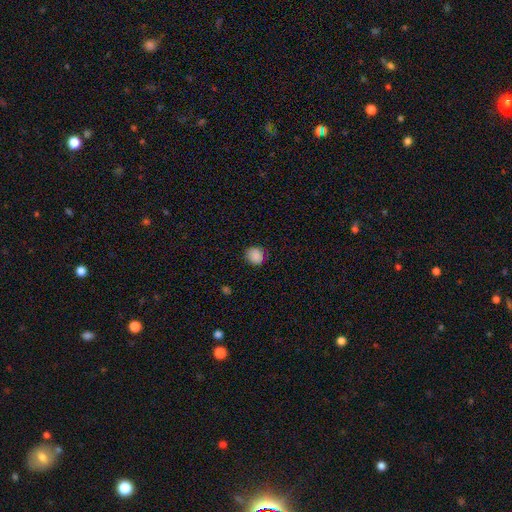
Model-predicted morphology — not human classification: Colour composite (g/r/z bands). It shows a smooth galaxy with no disk features (88%) that is round (76%). Merging: none (84%).